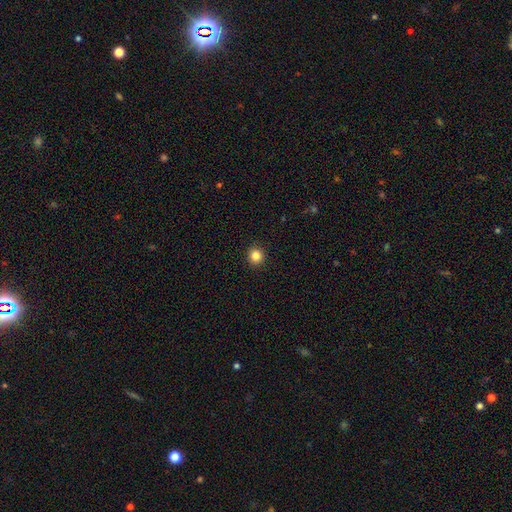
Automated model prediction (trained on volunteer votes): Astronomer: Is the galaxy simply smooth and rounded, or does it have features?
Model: smooth — 85%.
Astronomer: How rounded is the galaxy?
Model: round — 93%.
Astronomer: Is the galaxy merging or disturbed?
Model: none — 93%.